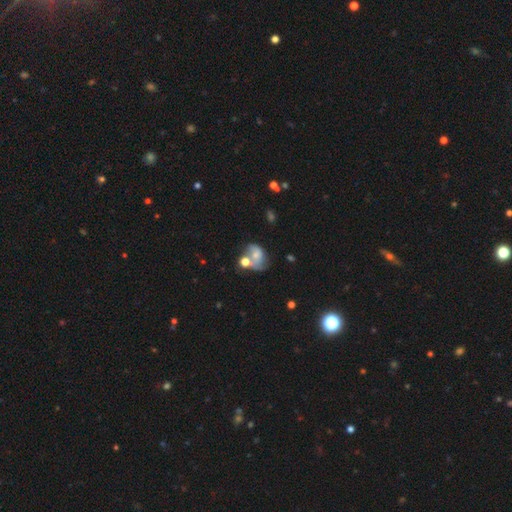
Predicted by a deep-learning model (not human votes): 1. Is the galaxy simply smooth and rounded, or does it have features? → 47% featured or disk, 42% smooth, 12% star or artifact.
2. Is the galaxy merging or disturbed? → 31% merger (tied), 31% none (tied), 21% minor disturbance, 17% major disturbance.